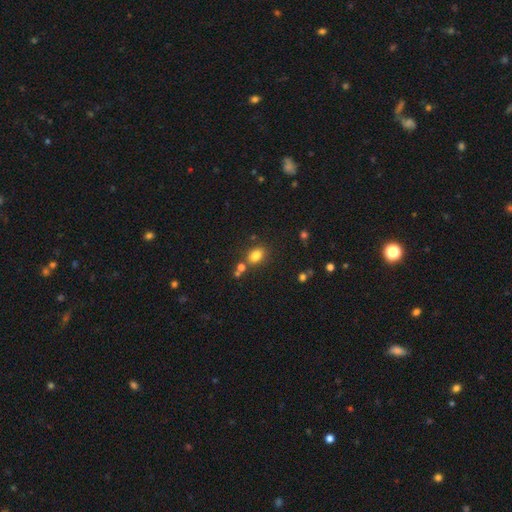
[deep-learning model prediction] This appears to be a smooth galaxy with no disk features (81%) that is in between round and cigar-shaped (77%). Merging: none (70%).